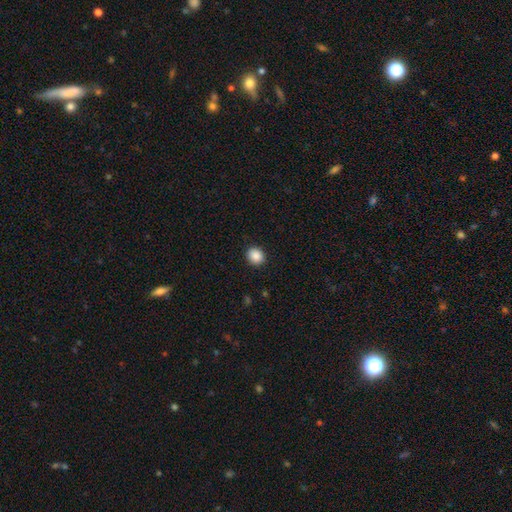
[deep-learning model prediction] Morphology: type=smooth (88%); roundness=round (73%); merging=none (91%).